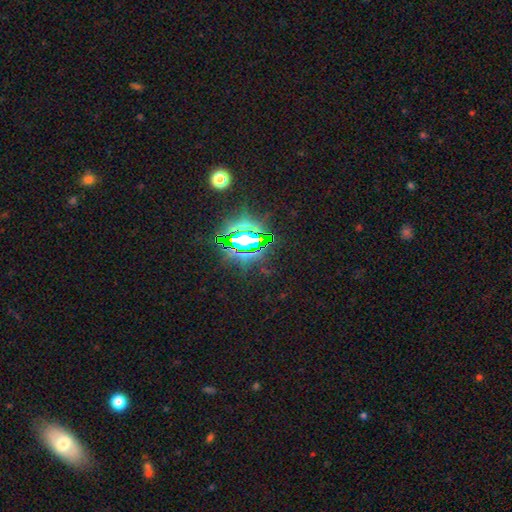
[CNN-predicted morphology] This appears to be a star or artifact, not a galaxy (81%).